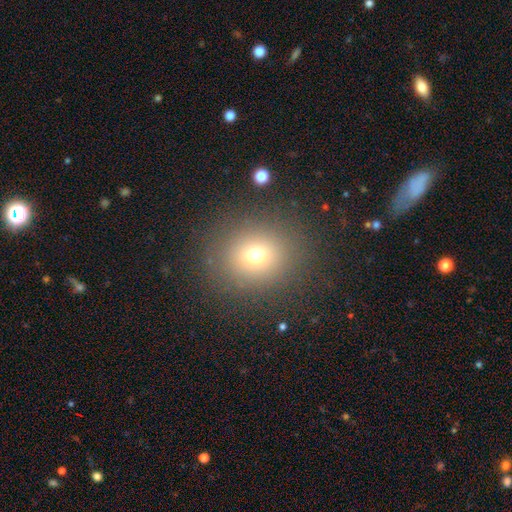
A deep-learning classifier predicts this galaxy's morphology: smooth-or-featured: smooth: 69% | star or artifact: 20% | featured or disk: 11%
  how-rounded: round: 79% | in between: 20% | cigar-shaped: 1%
  merging: none: 86% | minor disturbance: 8% | major disturbance: 5% | merger: 2%